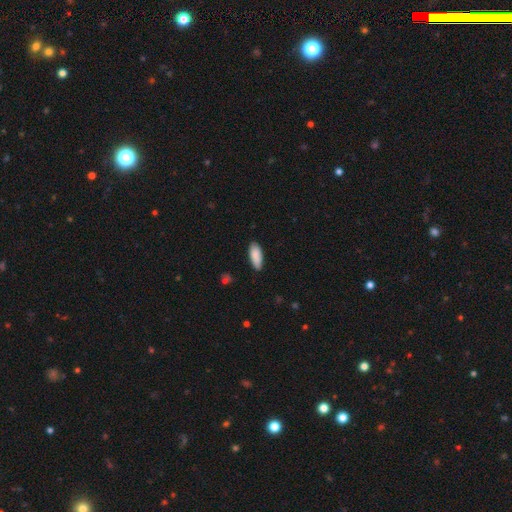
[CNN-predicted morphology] Overall: smooth (89%). How rounded: in between (80%). Merging: none (83%).